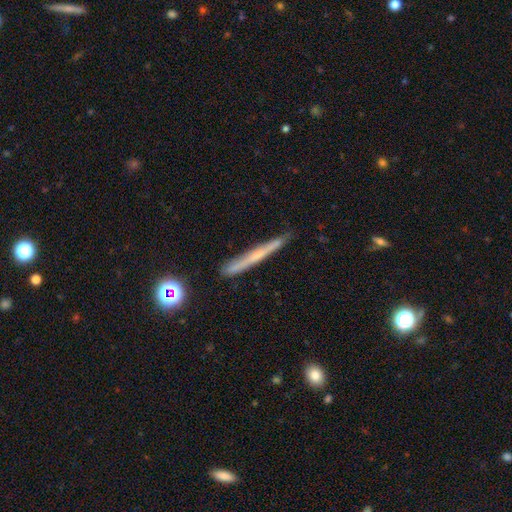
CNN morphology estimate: Smooth or featured? featured or disk (48%)
Merging? none (84%)